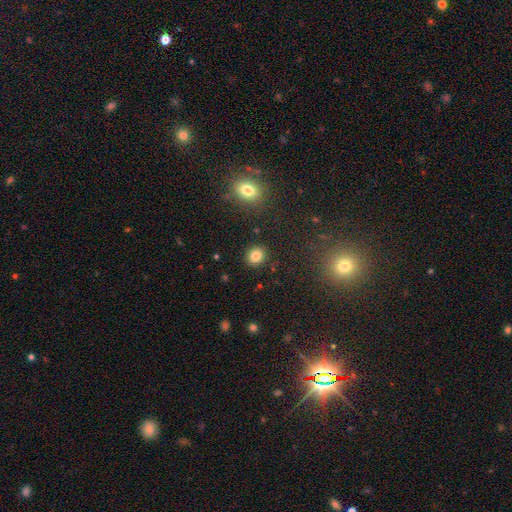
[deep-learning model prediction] Overall: smooth (83%). How rounded: round (74%). Merging: none (90%).